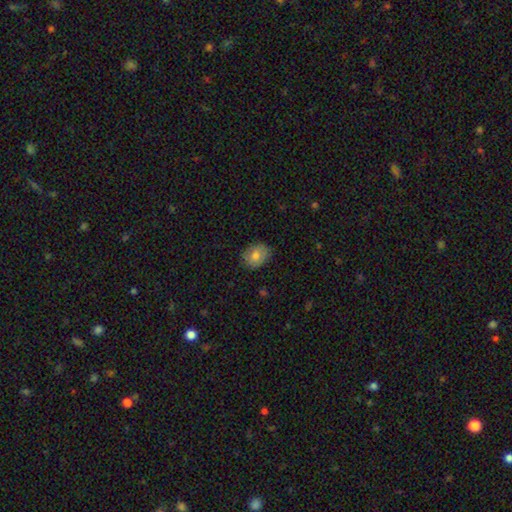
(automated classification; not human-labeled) Q: Smooth or featured?
A: smooth (79%); runner-up: featured or disk (13%)
Q: How rounded?
A: in between (58%); runner-up: round (41%)
Q: Merging?
A: none (80%); runner-up: minor disturbance (16%)